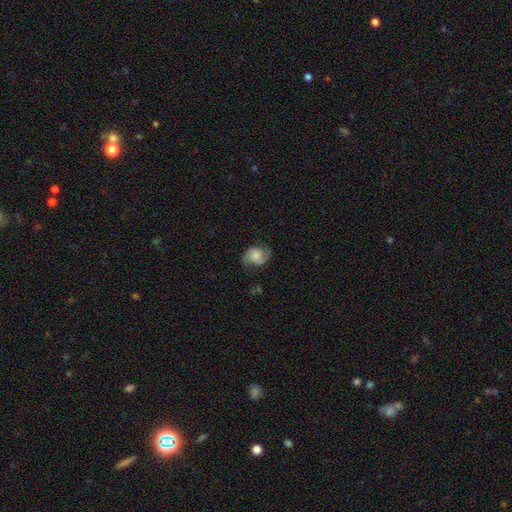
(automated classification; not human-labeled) Smooth or featured?
  - featured or disk: 63% *
  - smooth: 29%
  - star or artifact: 8%
Edge-on disk?
  - no: 98% *
  - yes: 2%
Bar?
  - no: 68% *
  - weak: 28%
  - strong: 5%
Spiral arms?
  - yes: 93% *
  - no: 7%
Spiral winding?
  - medium: 47% *
  - loose: 29%
  - tight: 24%
Spiral arm count?
  - 2: 87% *
  - can't tell: 5%
  - 1: 4%
  - 3: 2%
  - 4: 1%
  - more than 4: 1%
Bulge size?
  - moderate: 28% *
  - small: 23%
  - none: 23%
  - large: 21%
  - dominant: 4%
Merging?
  - none: 69% *
  - minor disturbance: 20%
  - major disturbance: 9%
  - merger: 1%